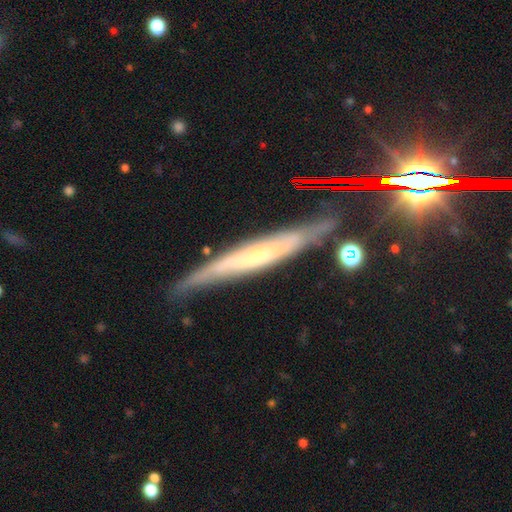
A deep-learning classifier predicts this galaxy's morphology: Smooth or featured: featured or disk — 65% (smooth — 26%)
Edge-on disk: yes — 77% (no — 23%)
Edge-on bulge: none — 53% (rounded — 38%)
Merging: none — 75% (minor disturbance — 17%)